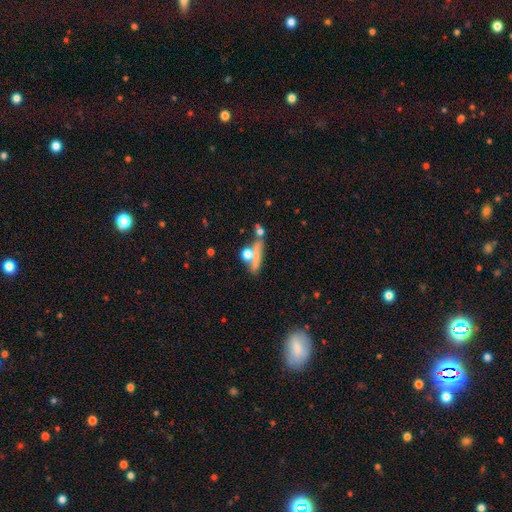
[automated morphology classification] Q: Smooth or featured?
A: smooth (53%); runner-up: featured or disk (33%)
Q: How rounded?
A: cigar-shaped (44%); runner-up: in between (34%)
Q: Merging?
A: none (36%); runner-up: merger (33%)